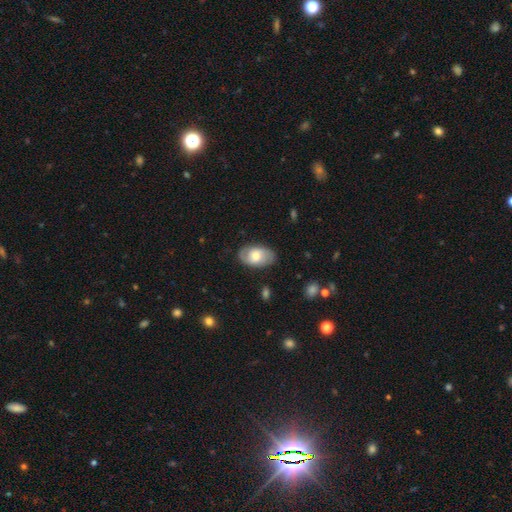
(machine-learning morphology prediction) smooth-or-featured: featured or disk: 48% | smooth: 46% | star or artifact: 6%
  merging: none: 78% | minor disturbance: 16% | major disturbance: 4% | merger: 1%